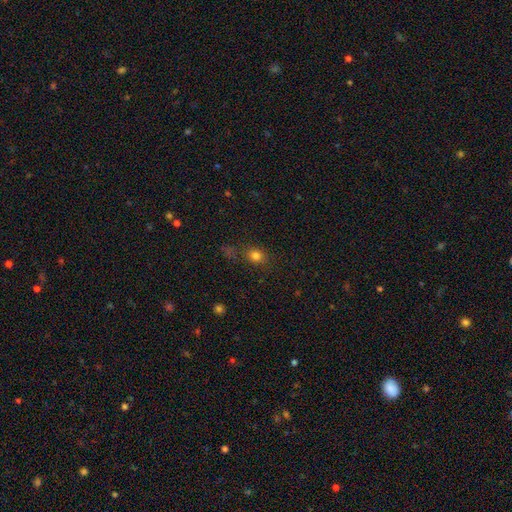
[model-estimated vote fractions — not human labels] Smooth or featured: smooth — 77% (star or artifact — 16%)
How rounded: round — 62% (in between — 36%)
Merging: none — 73% (minor disturbance — 14%)